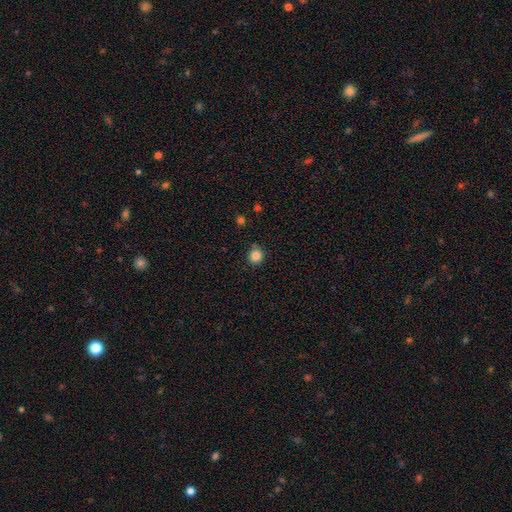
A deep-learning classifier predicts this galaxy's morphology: Smooth or featured? Predicted: smooth (p=0.85). How rounded? Predicted: round (p=0.88). Merging? Predicted: none (p=0.82).